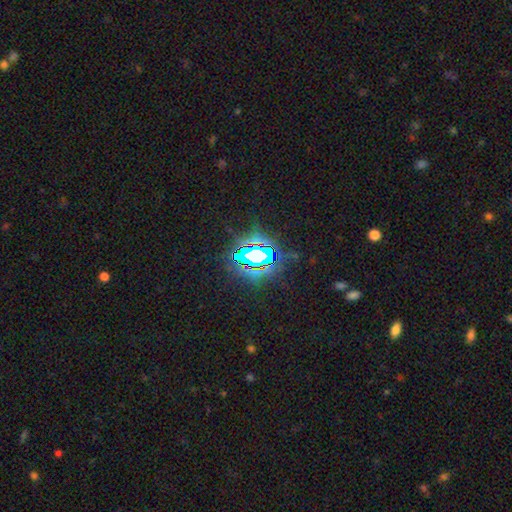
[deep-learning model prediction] smooth-or-featured: star or artifact: 77% | smooth: 12% | featured or disk: 11%